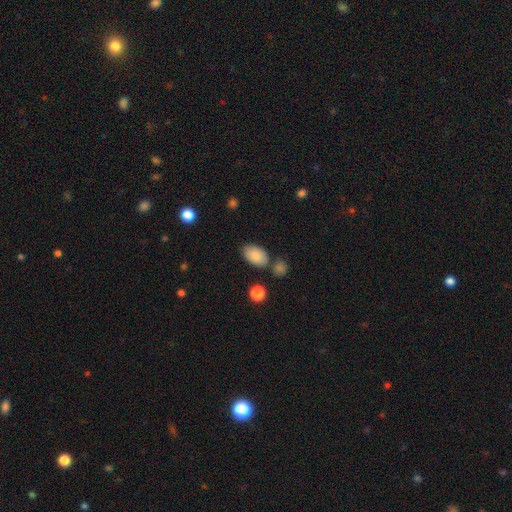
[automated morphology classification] A smooth galaxy with no disk features (86%) that is in between round and cigar-shaped (92%). Merging: none (72%).